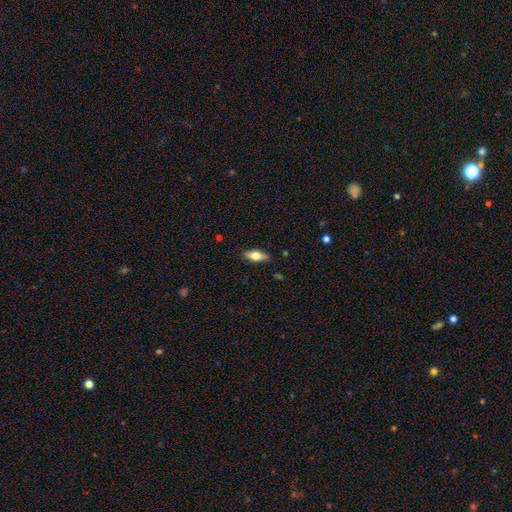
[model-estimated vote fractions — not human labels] smooth-or-featured: smooth: 60% | featured or disk: 33% | star or artifact: 7%
  how-rounded: in between: 70% | cigar-shaped: 27% | round: 3%
  merging: none: 87% | minor disturbance: 10% | major disturbance: 2% | merger: 1%